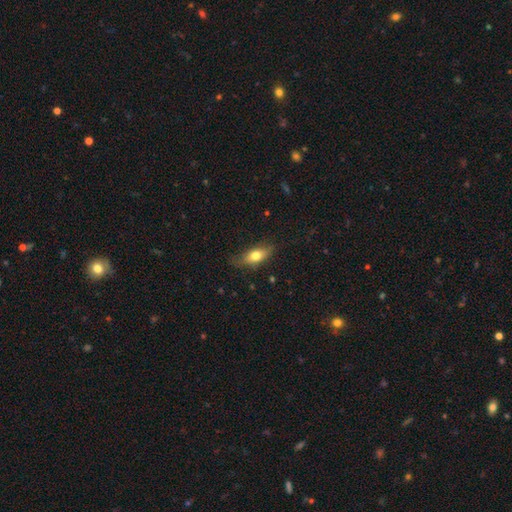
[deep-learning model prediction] Morphology: type=smooth (73%); roundness=in between (79%); merging=none (69%).